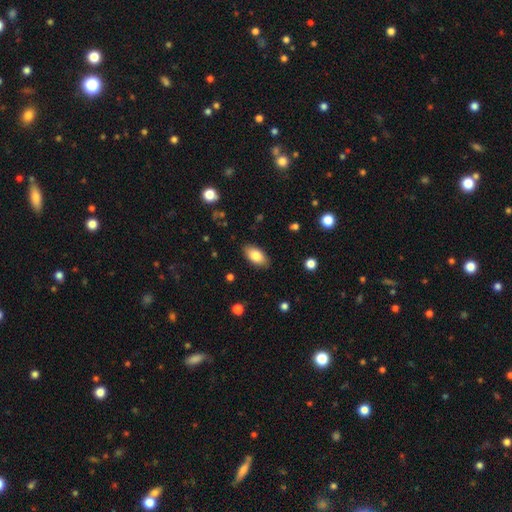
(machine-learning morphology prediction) Smooth or featured?
  - smooth: 82% *
  - featured or disk: 11%
  - star or artifact: 7%
How rounded?
  - in between: 92% *
  - cigar-shaped: 5%
  - round: 3%
Merging?
  - none: 87% *
  - minor disturbance: 9%
  - major disturbance: 2%
  - merger: 1%